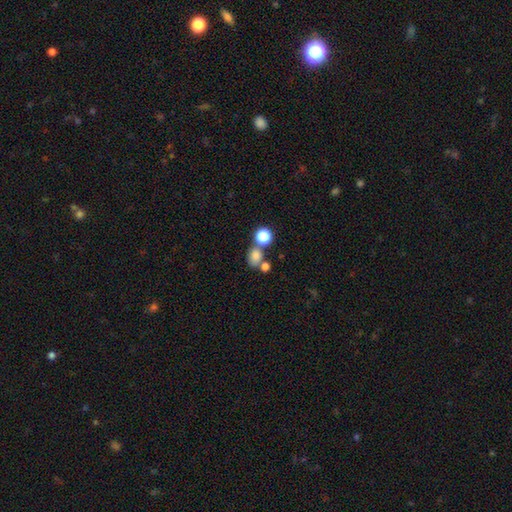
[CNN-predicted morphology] Smooth or featured?
  - smooth: 77% *
  - star or artifact: 14%
  - featured or disk: 8%
How rounded?
  - round: 55% *
  - in between: 43%
  - cigar-shaped: 1%
Merging?
  - none: 49% *
  - merger: 35%
  - minor disturbance: 10%
  - major disturbance: 5%